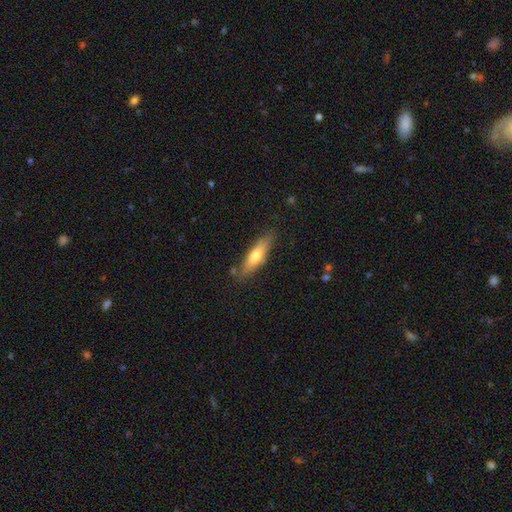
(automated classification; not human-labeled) Overall: smooth (60%; featured or disk 34%). How rounded: cigar-shaped (63%; in between 35%). Merging: none (79%).